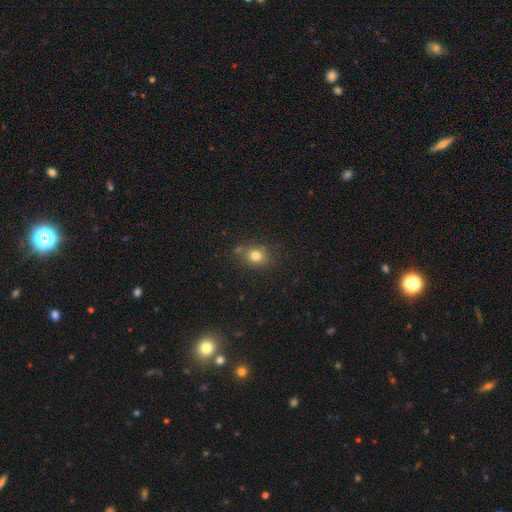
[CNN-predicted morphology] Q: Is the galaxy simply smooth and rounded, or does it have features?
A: smooth — 80%.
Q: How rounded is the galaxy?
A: round — 58%.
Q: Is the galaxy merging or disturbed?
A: none — 72%.